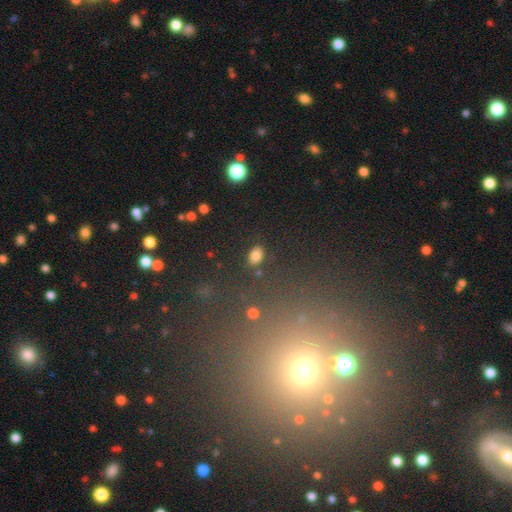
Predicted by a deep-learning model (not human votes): A smooth galaxy with no disk features (80%) that is in between round and cigar-shaped (84%). Merging: none (84%).